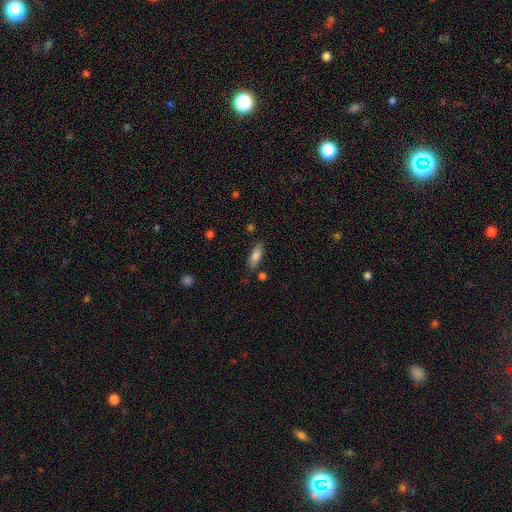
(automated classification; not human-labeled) Smooth or featured?
  - smooth: 79% *
  - featured or disk: 14%
  - star or artifact: 7%
How rounded?
  - in between: 69% *
  - cigar-shaped: 29%
  - round: 2%
Merging?
  - none: 80% *
  - minor disturbance: 13%
  - merger: 4%
  - major disturbance: 3%